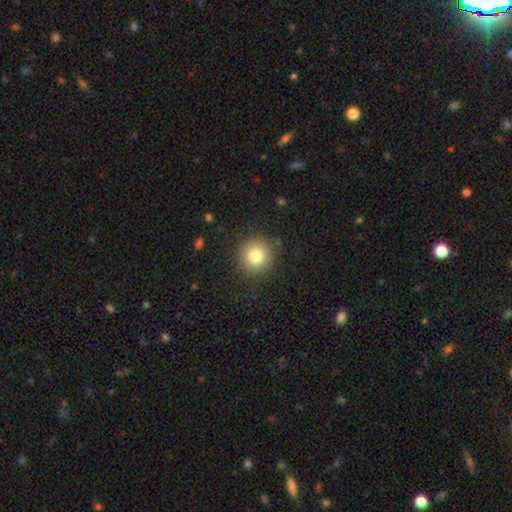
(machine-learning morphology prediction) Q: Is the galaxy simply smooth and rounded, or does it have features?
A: smooth — 81%.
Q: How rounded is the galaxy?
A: round — 94%.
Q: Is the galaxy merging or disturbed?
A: none — 88%.